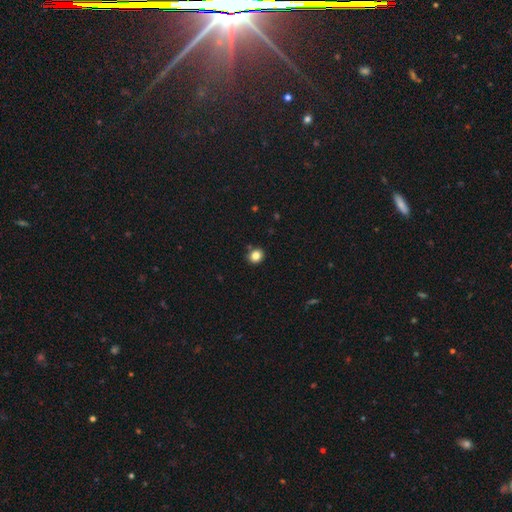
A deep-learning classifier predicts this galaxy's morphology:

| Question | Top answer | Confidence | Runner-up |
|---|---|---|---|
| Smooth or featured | smooth | 84% | star or artifact (11%) |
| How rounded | round | 76% | in between (23%) |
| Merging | none | 86% | minor disturbance (9%) |